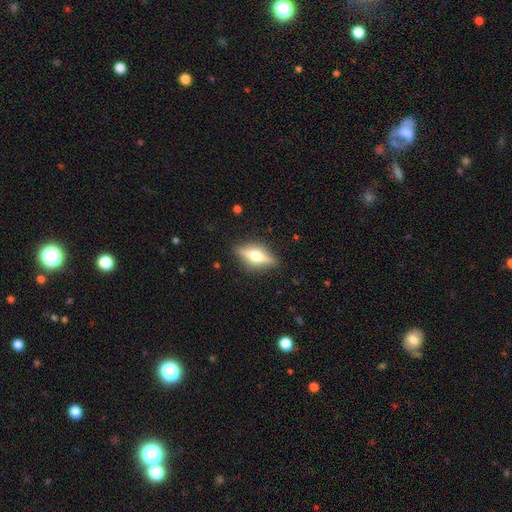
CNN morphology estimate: Q: Smooth or featured?
A: featured or disk (66%); runner-up: smooth (27%)
Q: Edge-on disk?
A: yes (93%); runner-up: no (7%)
Q: Edge-on bulge?
A: rounded (94%); runner-up: boxy (4%)
Q: Merging?
A: none (87%); runner-up: minor disturbance (10%)